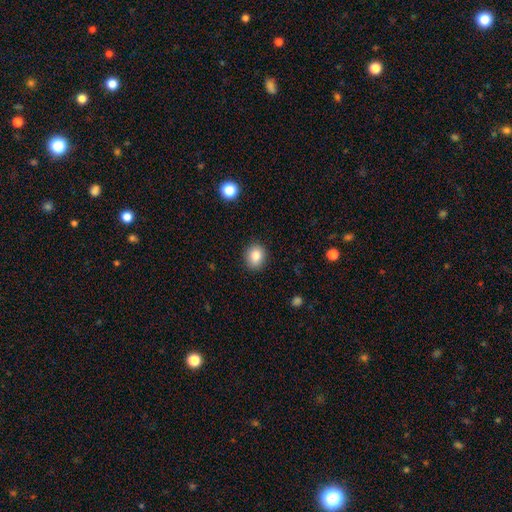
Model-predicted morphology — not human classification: Smooth or featured: smooth — 84% (star or artifact — 10%)
How rounded: round — 63% (in between — 36%)
Merging: none — 89% (minor disturbance — 8%)